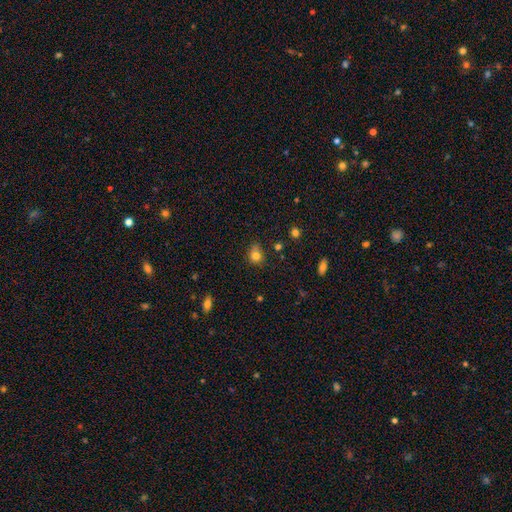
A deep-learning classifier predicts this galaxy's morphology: A smooth galaxy with no disk features (79%) that is round (62%).

Vote fractions:
- Smooth or featured? smooth: 79% / star or artifact: 13% / featured or disk: 8%
- How rounded? round: 62% / in between: 36% / cigar-shaped: 1%
- Merging? none: 57% / minor disturbance: 30% / major disturbance: 8% / merger: 5%